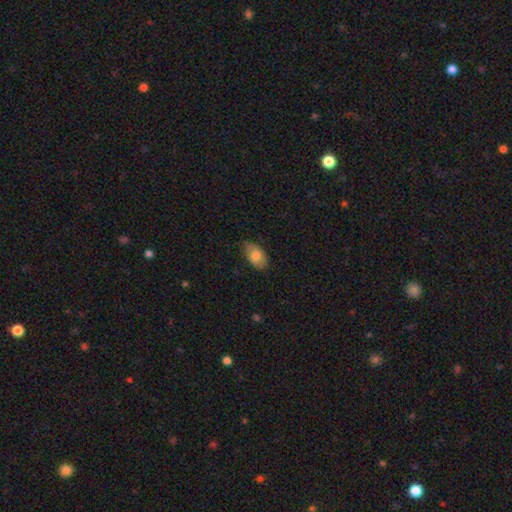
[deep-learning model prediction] Morphology: type=smooth (78%); roundness=in between (91%); merging=none (73%).